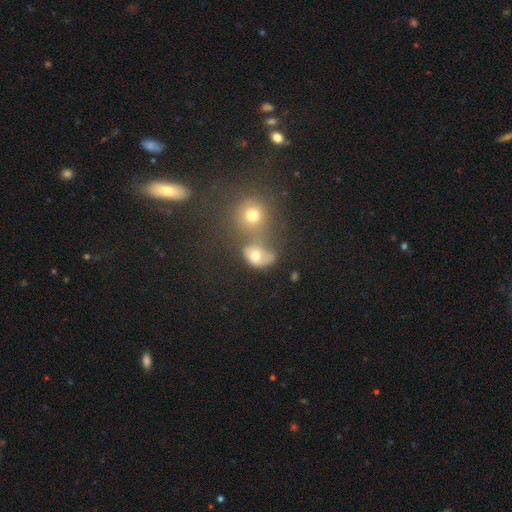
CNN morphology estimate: Smooth or featured?
  - smooth: 67% *
  - featured or disk: 18%
  - star or artifact: 16%
How rounded?
  - round: 51% *
  - in between: 47%
  - cigar-shaped: 2%
Merging?
  - merger: 46% *
  - none: 30%
  - minor disturbance: 12%
  - major disturbance: 11%